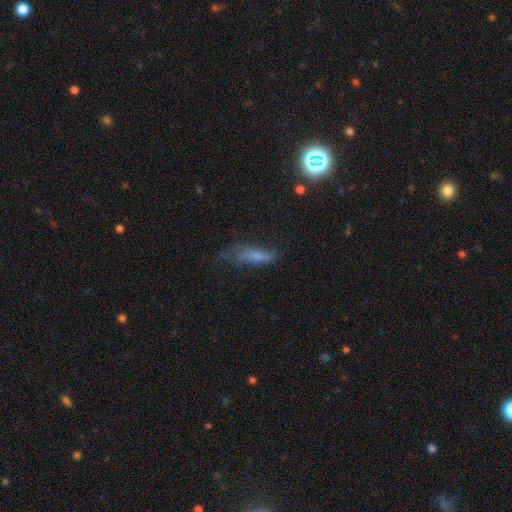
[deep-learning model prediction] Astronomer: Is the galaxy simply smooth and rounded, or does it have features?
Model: smooth — 59%.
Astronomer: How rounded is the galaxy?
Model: cigar-shaped — 62%.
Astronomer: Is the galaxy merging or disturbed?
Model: none — 42% (runner-up: minor disturbance, 31%).